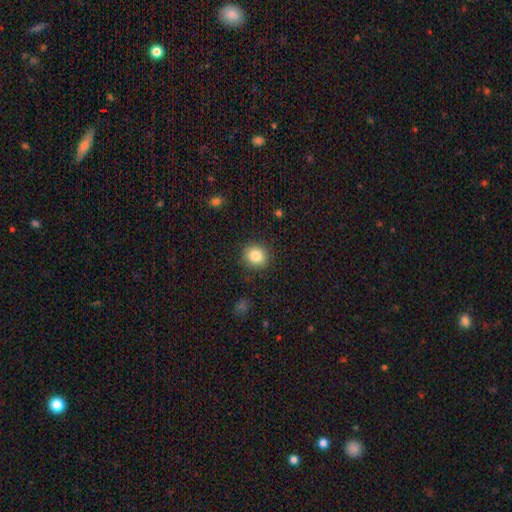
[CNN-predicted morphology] type=smooth (85%); roundness=round (79%); merging=none (88%).